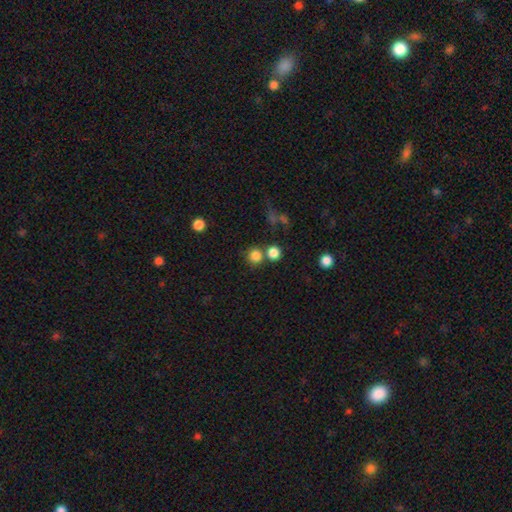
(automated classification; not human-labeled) smooth 81%, star or artifact 13%, featured or disk 6%. Down the decision tree: how rounded — round (91%); merging — none (67%).